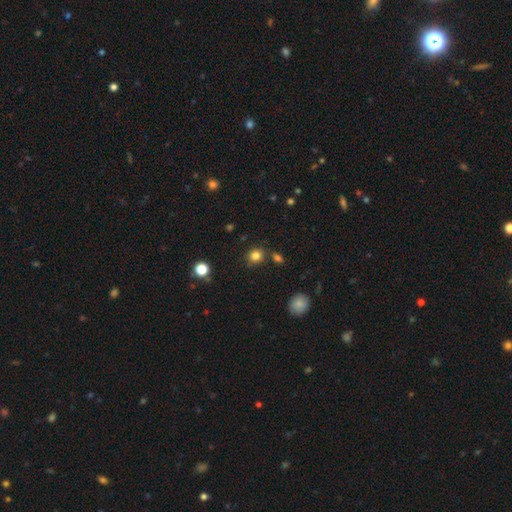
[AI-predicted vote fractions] A smooth galaxy with no disk features (82%) that is round (80%). Merging: none (78%).